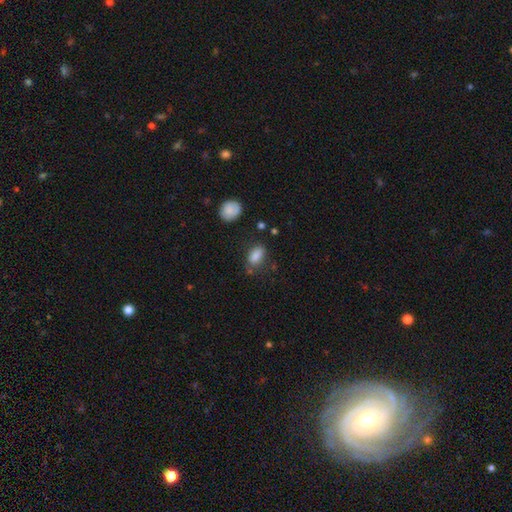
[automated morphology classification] smooth 85%, star or artifact 9%, featured or disk 6%. Down the decision tree: how rounded — in between (89%); merging — none (67%).